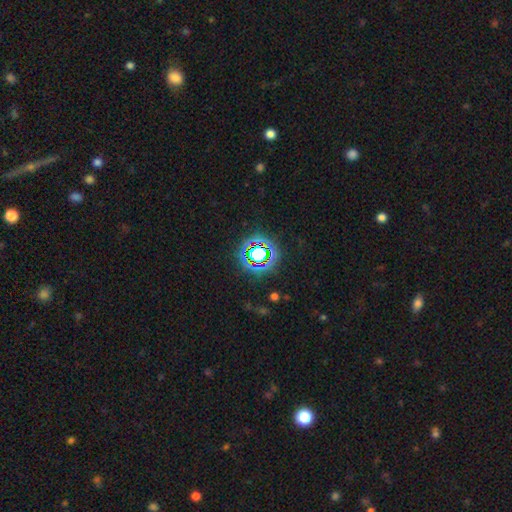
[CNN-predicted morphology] Overall: star or artifact (67%).